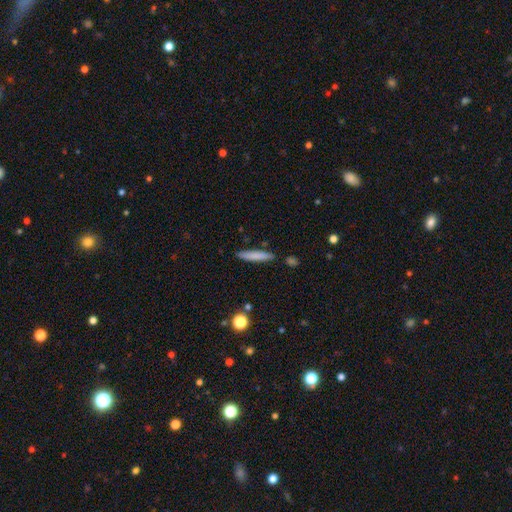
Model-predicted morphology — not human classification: This is likely a smooth galaxy (79%). How rounded: clearly cigar-shaped (91%). Merging: clearly none (87%).